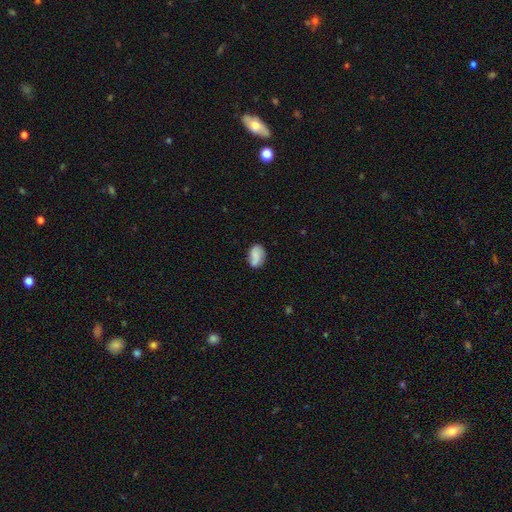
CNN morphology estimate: smooth 70%, featured or disk 21%, star or artifact 8%. Down the decision tree: how rounded — in between (82%); merging — none (64%).